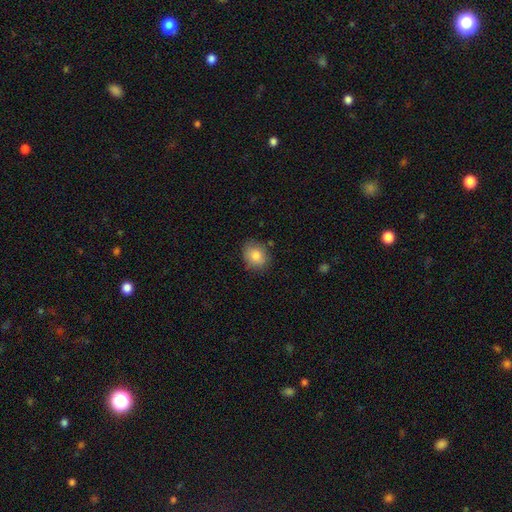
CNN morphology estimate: The model was most divided on "how rounded": round: 59%, in between: 40%, cigar-shaped: 1%. More confident: smooth or featured — smooth (84%); merging — none (80%).